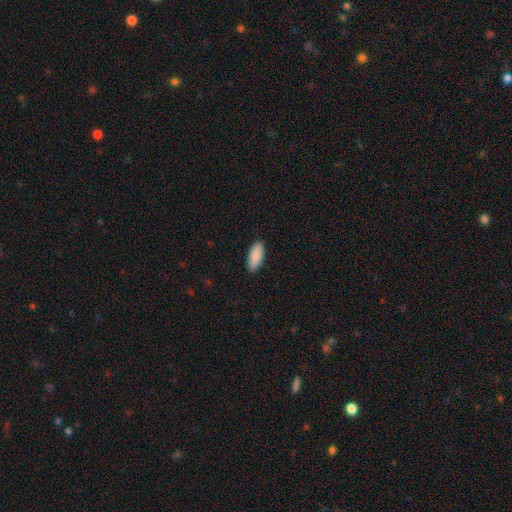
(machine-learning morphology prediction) This appears to be a smooth galaxy with no disk features (90%) that is in between round and cigar-shaped (83%). Merging: none (90%).